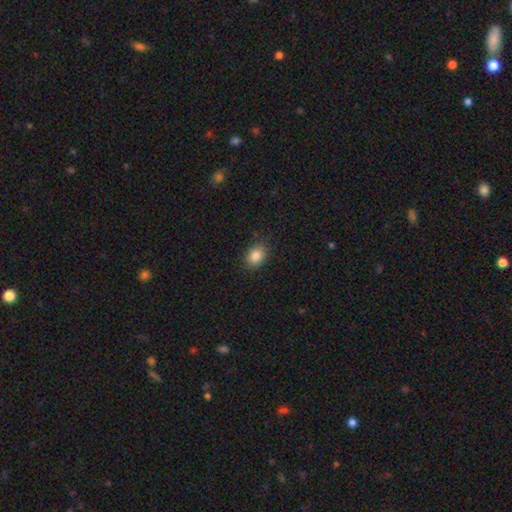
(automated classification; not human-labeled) smooth 85%, star or artifact 10%, featured or disk 5%. Down the decision tree: how rounded — in between (64%); merging — none (86%).